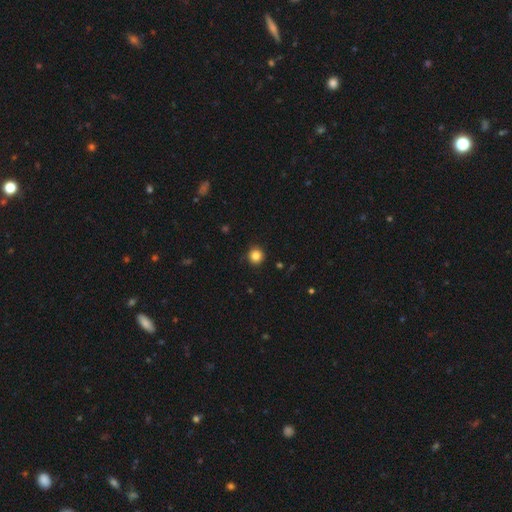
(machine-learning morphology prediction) smooth_or_featured: smooth (p=0.84) [alt: star or artifact p=0.11]
how_rounded: round (p=0.94) [alt: in between p=0.05]
merging: none (p=0.92) [alt: minor disturbance p=0.05]